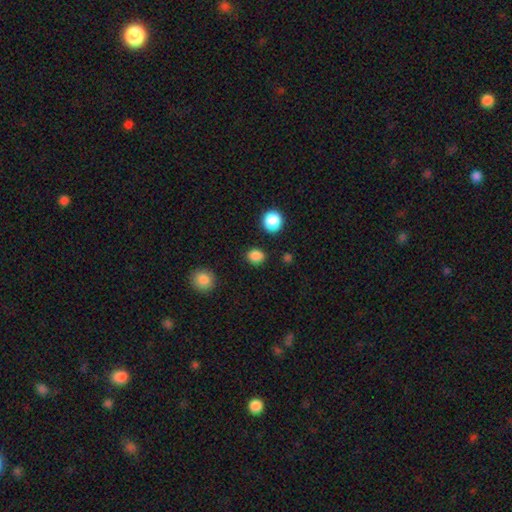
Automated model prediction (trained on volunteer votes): smooth 86%, star or artifact 11%, featured or disk 3%. Down the decision tree: how rounded — round (72%); merging — none (87%).